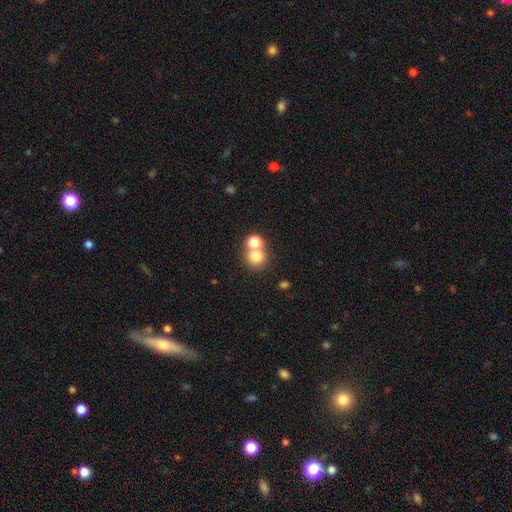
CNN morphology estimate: This appears to be a smooth galaxy with no disk features (77%) that is round (86%). Merging: none (48%).